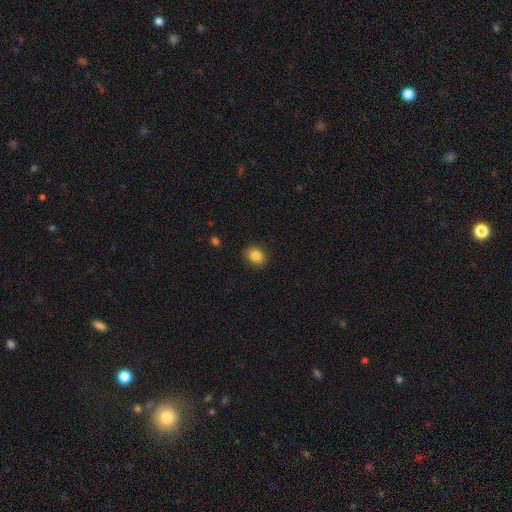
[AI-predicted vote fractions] smooth 84%, star or artifact 10%, featured or disk 6%. Down the decision tree: how rounded — round (55%); merging — none (89%).